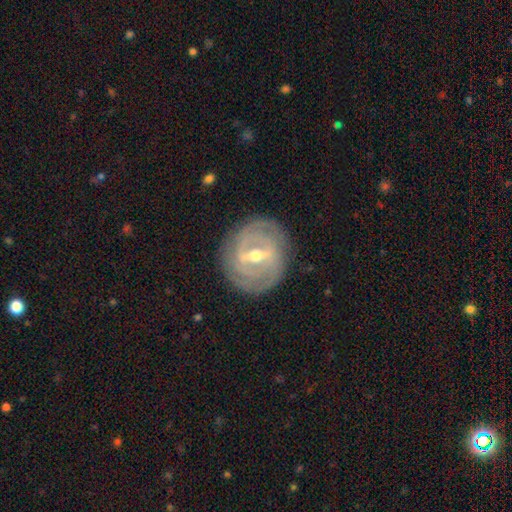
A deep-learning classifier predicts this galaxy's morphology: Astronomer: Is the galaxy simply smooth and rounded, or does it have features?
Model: featured or disk — 86%.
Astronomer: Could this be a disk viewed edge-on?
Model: no — 94%.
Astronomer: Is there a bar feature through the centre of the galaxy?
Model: strong — 60%.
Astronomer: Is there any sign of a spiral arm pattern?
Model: yes — 86%.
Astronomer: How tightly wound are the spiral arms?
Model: tight — 74%.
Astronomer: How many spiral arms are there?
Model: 2 — 34% (runner-up: can't tell, 32%).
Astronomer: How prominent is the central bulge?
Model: moderate — 66%.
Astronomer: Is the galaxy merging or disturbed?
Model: none — 83%.